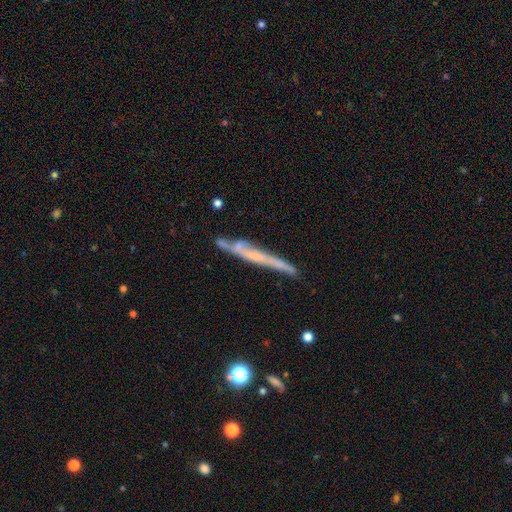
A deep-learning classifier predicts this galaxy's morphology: A featured or disk galaxy (59%) viewed edge-on (86%) with no central bulge (79%). Merging: none (66%).